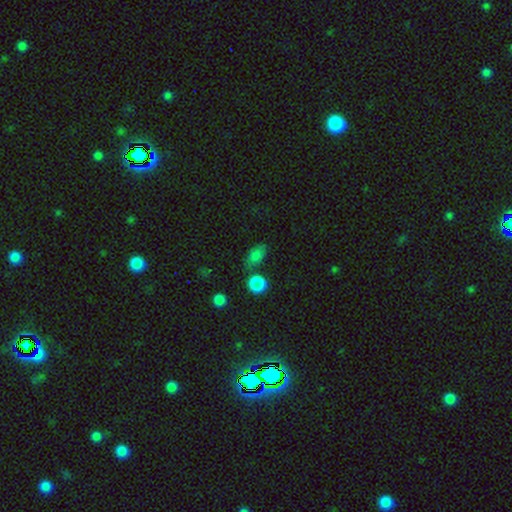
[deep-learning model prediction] Overall: smooth (81%). How rounded: in between (80%). Merging: none (61%).